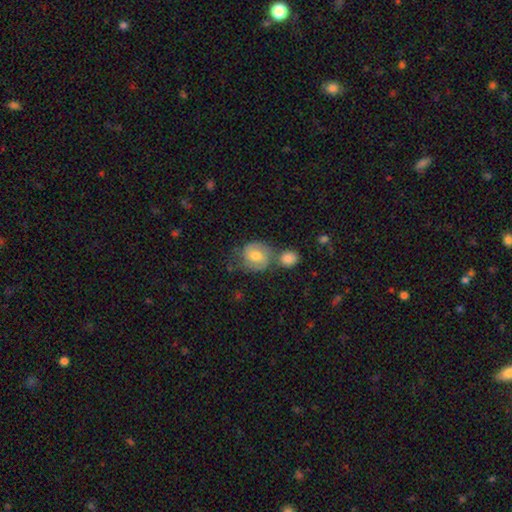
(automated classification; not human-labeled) smooth-or-featured: featured or disk: 57% | smooth: 35% | star or artifact: 8%
  disk-edge-on: no: 97% | yes: 3%
    bar: no: 54% | weak: 38% | strong: 8%
    has-spiral-arms: yes: 89% | no: 11%
    bulge-size: moderate: 73% | small: 17% | large: 7% | none: 2% | dominant: 1%
  merging: none: 52% | merger: 25% | minor disturbance: 17% | major disturbance: 7%